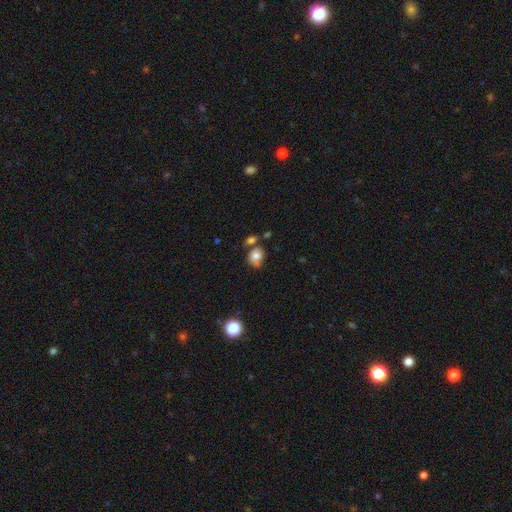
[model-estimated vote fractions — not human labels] Q: Smooth or featured?
A: smooth (76%); runner-up: featured or disk (14%)
Q: How rounded?
A: round (60%); runner-up: in between (38%)
Q: Merging?
A: none (44%); runner-up: minor disturbance (24%)